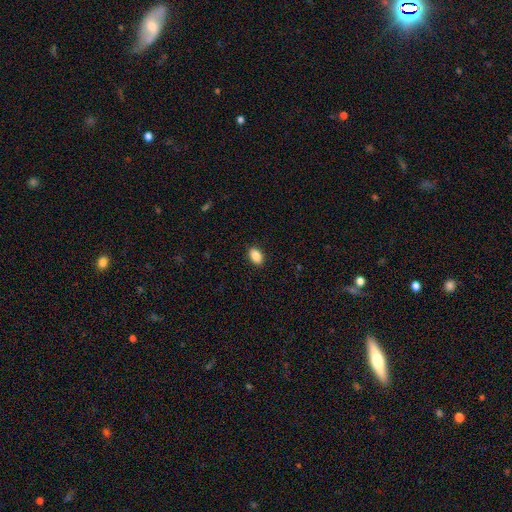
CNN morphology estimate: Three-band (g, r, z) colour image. It shows a smooth galaxy with no disk features (88%) that is in between round and cigar-shaped (88%). Merging: none (89%).